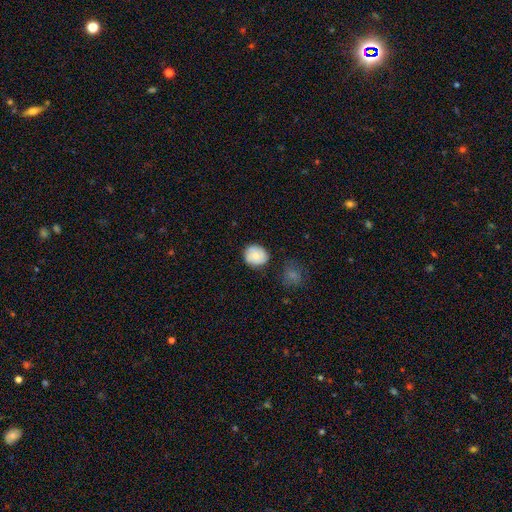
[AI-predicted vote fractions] Morphology: type=smooth (75%); roundness=round (78%); merging=none (76%).